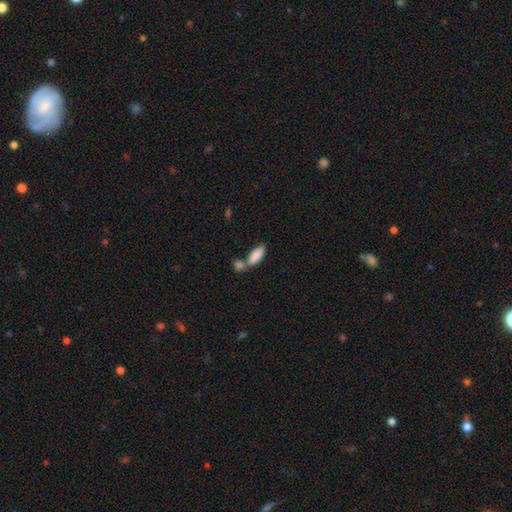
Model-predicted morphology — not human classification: This is clearly a smooth galaxy (87%). How rounded: clearly in between (81%). Merging: marginally none (42%, tied with merger).